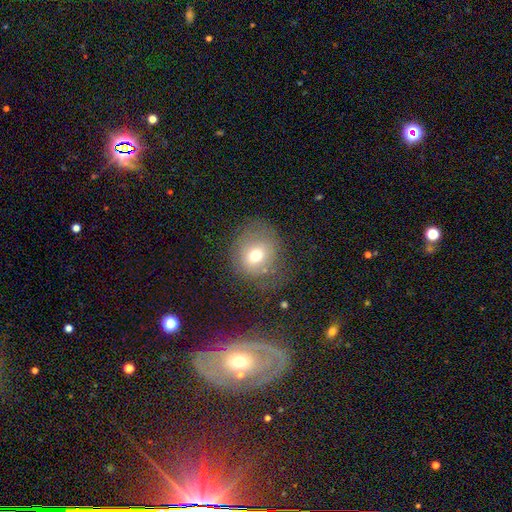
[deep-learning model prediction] A smooth galaxy with no disk features (69%) that is round (73%).

Vote fractions:
- Smooth or featured? smooth: 69% / featured or disk: 18% / star or artifact: 14%
- How rounded? round: 73% / in between: 26% / cigar-shaped: 1%
- Merging? none: 58% / minor disturbance: 22% / major disturbance: 17% / merger: 3%